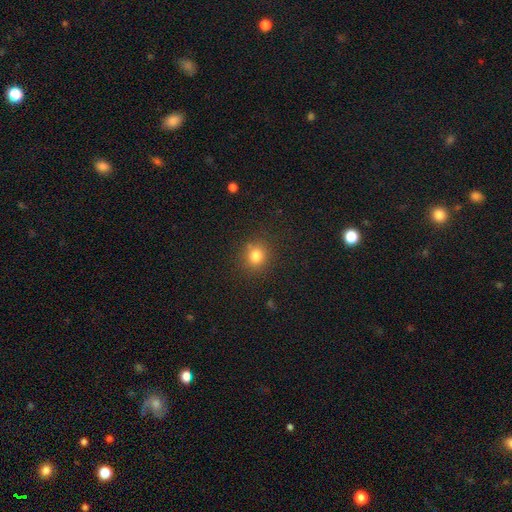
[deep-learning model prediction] A smooth galaxy with no disk features (80%) that is round (86%). Merging: none (86%).